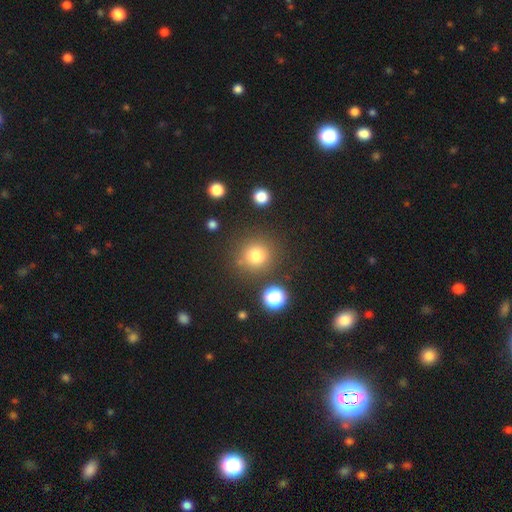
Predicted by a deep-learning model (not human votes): Smooth or featured? Predicted: smooth (p=0.78). How rounded? Predicted: round (p=0.92). Merging? Predicted: none (p=0.82).